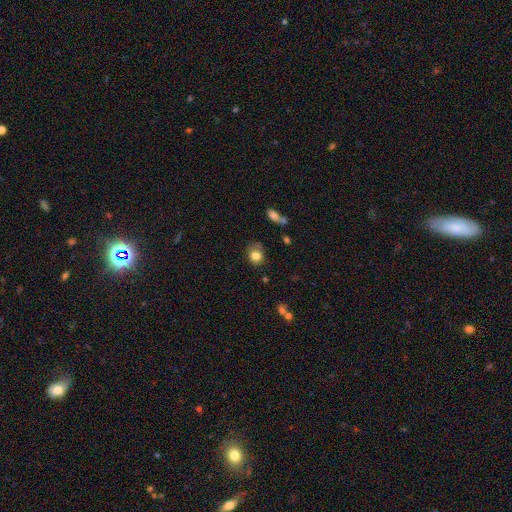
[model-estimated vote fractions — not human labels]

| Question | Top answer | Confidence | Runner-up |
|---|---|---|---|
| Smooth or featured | smooth | 81% | star or artifact (10%) |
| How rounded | round | 62% | in between (37%) |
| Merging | none | 62% | minor disturbance (26%) |